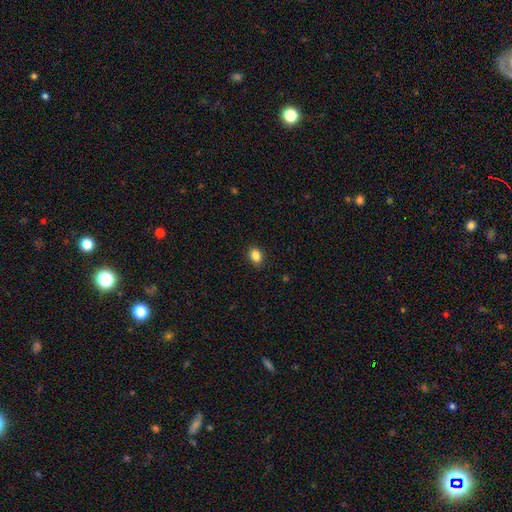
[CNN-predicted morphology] Smooth or featured? smooth (86%)
How rounded? in between (73%)
Merging? none (89%)